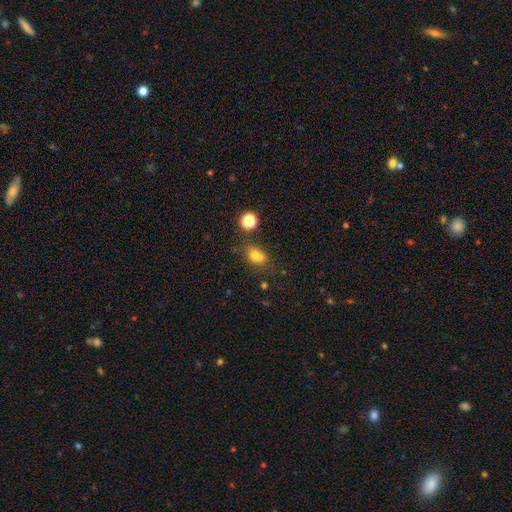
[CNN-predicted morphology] Overall: smooth (73%). How rounded: in between (58%; round 39%). Merging: none (47%; merger 27%).